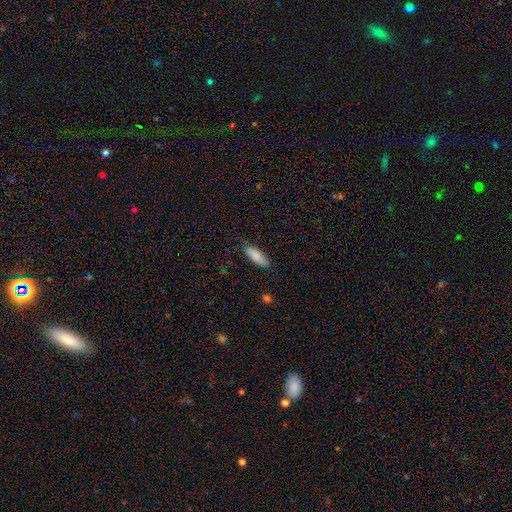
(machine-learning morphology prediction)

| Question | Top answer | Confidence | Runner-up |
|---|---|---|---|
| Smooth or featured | smooth | 85% | featured or disk (9%) |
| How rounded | in between | 72% | cigar-shaped (27%) |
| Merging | none | 74% | minor disturbance (20%) |